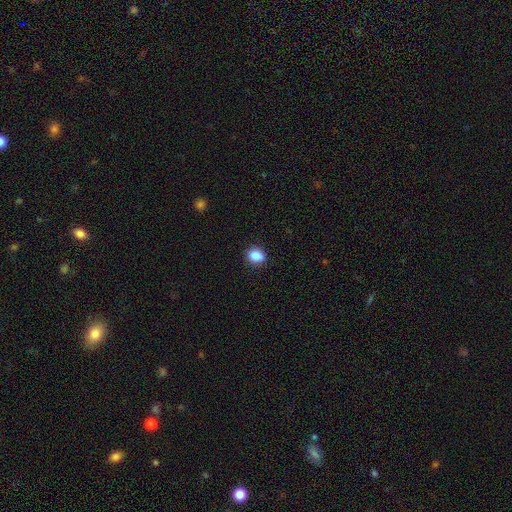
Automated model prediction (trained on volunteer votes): Morphology: type=smooth (87%); roundness=in between (50%); merging=none (85%).